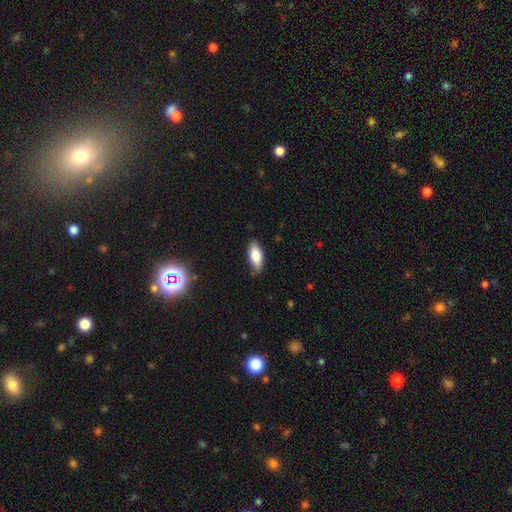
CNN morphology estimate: type=smooth (79%); roundness=in between (83%); merging=none (81%).